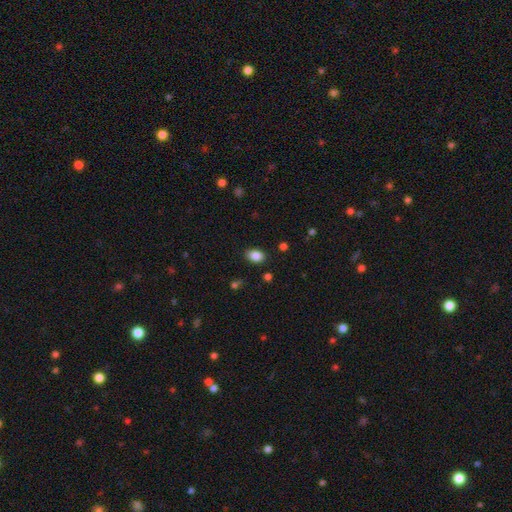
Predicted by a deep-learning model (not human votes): Smooth or featured?
  - smooth: 86% *
  - star or artifact: 9%
  - featured or disk: 5%
How rounded?
  - in between: 79% *
  - round: 20%
  - cigar-shaped: 1%
Merging?
  - none: 85% *
  - minor disturbance: 11%
  - major disturbance: 3%
  - merger: 2%